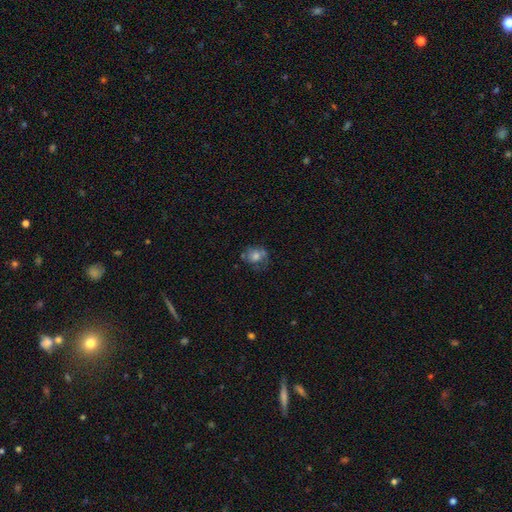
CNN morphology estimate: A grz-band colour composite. It shows a smooth galaxy with no disk features (53%) that is round (61%). Merging: none (53%).